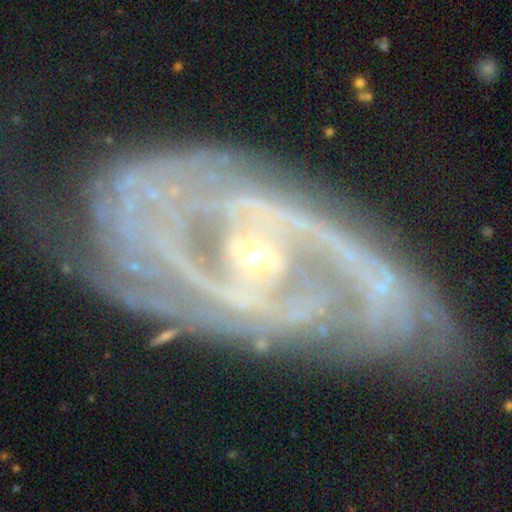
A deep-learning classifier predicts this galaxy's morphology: Smooth or featured?
  - featured or disk: 90% *
  - star or artifact: 6%
  - smooth: 5%
Edge-on disk?
  - no: 96% *
  - yes: 4%
Bar?
  - strong: 39% *
  - weak: 32%
  - no: 29%
Spiral arms?
  - yes: 93% *
  - no: 7%
Spiral winding?
  - medium: 44% *
  - tight: 37%
  - loose: 19%
Spiral arm count?
  - 2: 66% *
  - can't tell: 11%
  - 3: 8%
  - 4: 5%
  - 1: 5%
  - more than 4: 5%
Bulge size?
  - small: 79% *
  - moderate: 16%
  - none: 2%
  - large: 2%
  - dominant: 1%
Merging?
  - none: 60% *
  - minor disturbance: 21%
  - major disturbance: 15%
  - merger: 4%